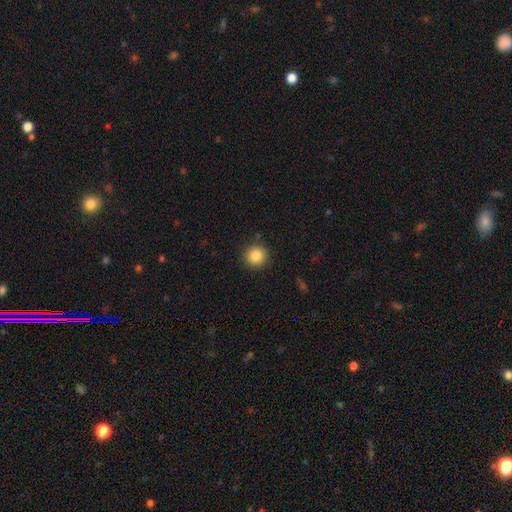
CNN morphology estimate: Smooth or featured? smooth (86%)
How rounded? round (94%)
Merging? none (90%)